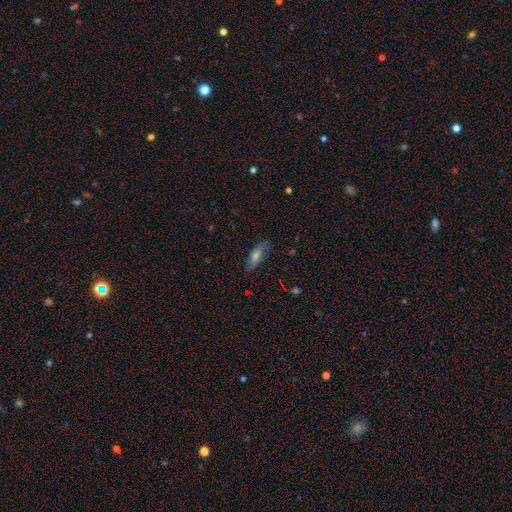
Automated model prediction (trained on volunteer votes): smooth 61%, featured or disk 28%, star or artifact 11%. Down the decision tree: how rounded — in between (61%); merging — none (79%).